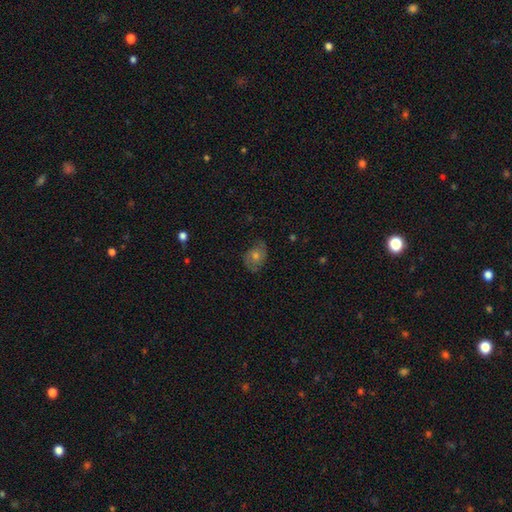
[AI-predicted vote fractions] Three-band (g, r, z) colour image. It shows a featured or disk galaxy (55%) with no bar (79%), spiral arms (80%) and a moderate central bulge (62%). Merging: none (74%).